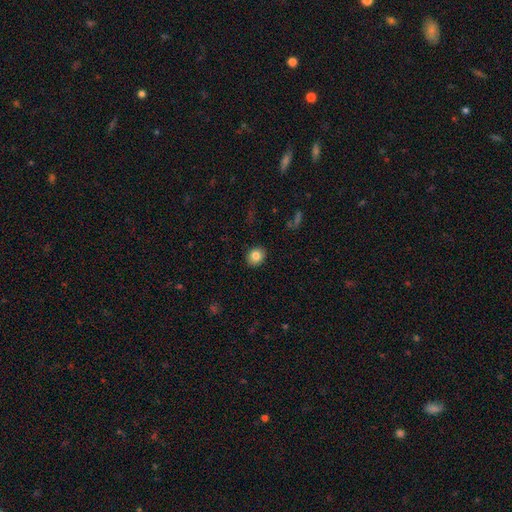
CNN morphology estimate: smooth-or-featured: smooth: 84% | star or artifact: 9% | featured or disk: 7%
  how-rounded: round: 67% | in between: 32% | cigar-shaped: 1%
  merging: none: 90% | minor disturbance: 7% | major disturbance: 2% | merger: 1%